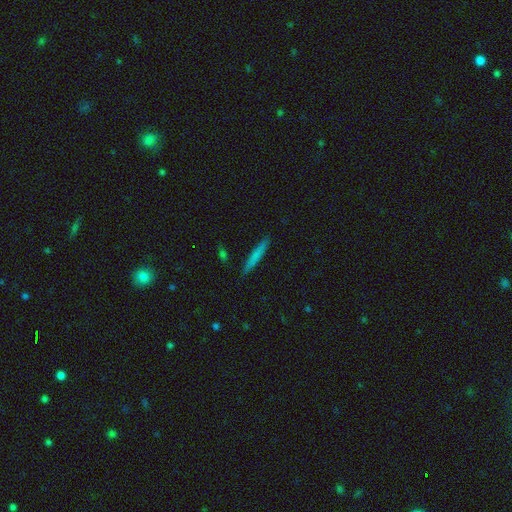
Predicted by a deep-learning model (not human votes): A smooth galaxy with no disk features (70%) that is cigar-shaped (95%).

Vote fractions:
- Smooth or featured? smooth: 70% / featured or disk: 24% / star or artifact: 6%
- How rounded? cigar-shaped: 95% / in between: 3% / round: 1%
- Merging? none: 90% / minor disturbance: 7% / major disturbance: 1% / merger: 1%